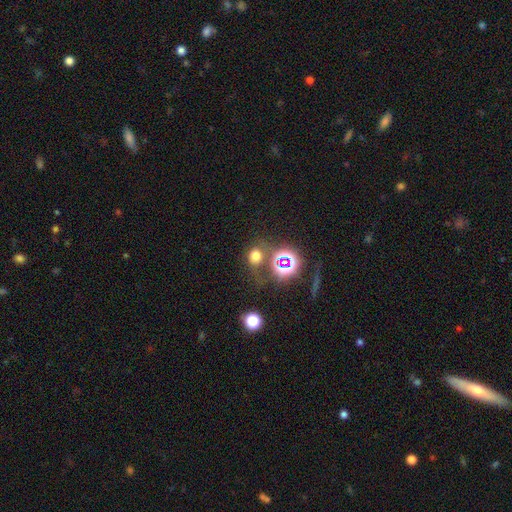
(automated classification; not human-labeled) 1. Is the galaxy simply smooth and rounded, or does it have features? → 61% smooth, 30% star or artifact, 9% featured or disk.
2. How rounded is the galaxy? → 71% round, 28% in between, 1% cigar-shaped.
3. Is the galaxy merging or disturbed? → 67% none, 14% minor disturbance, 12% merger, 7% major disturbance.